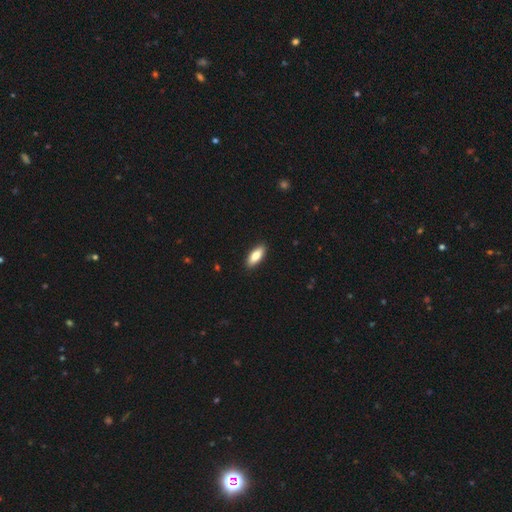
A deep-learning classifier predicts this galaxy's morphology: Smooth or featured? smooth (83%)
How rounded? in between (74%)
Merging? none (90%)